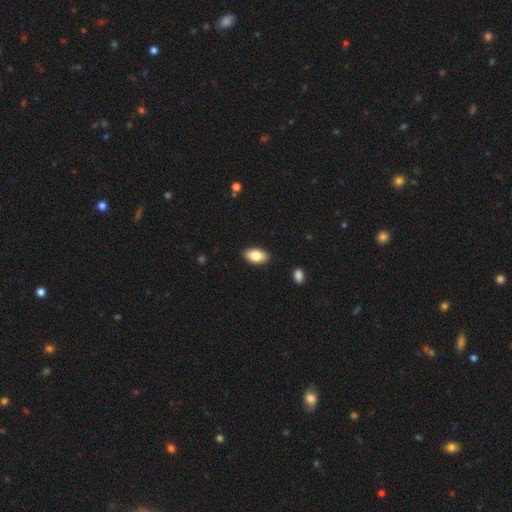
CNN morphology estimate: smooth 83%, featured or disk 10%, star or artifact 7%. Down the decision tree: how rounded — in between (94%); merging — none (89%).